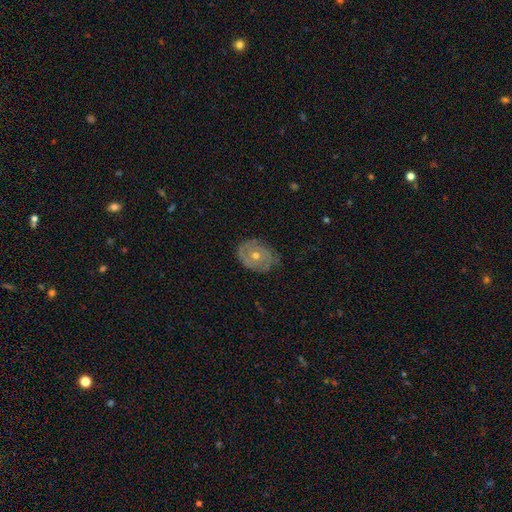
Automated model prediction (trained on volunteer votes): Smooth or featured? featured or disk (71%)
Edge-on disk? no (95%)
Bar? no (83%)
Spiral arms? yes (77%)
Spiral winding? tight (67%)
Spiral arm count? can't tell (38%)
Bulge size? moderate (57%)
Merging? none (73%)